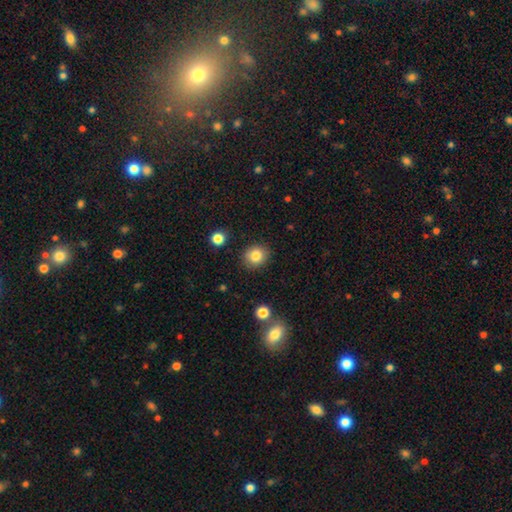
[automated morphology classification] smooth 82%, star or artifact 11%, featured or disk 7%. Down the decision tree: how rounded — round (75%); merging — none (88%).